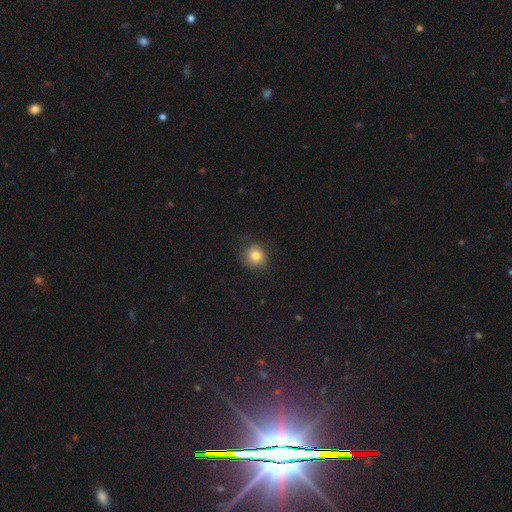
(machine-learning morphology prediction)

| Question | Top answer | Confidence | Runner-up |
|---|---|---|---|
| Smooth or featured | smooth | 81% | star or artifact (11%) |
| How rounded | round | 75% | in between (24%) |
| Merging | none | 73% | minor disturbance (19%) |